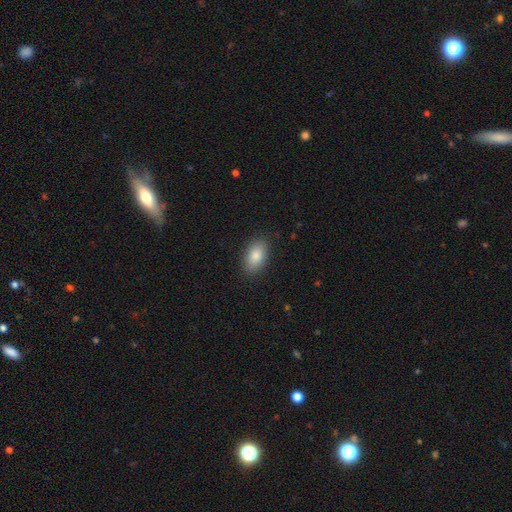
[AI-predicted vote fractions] smooth-or-featured: smooth: 85% | featured or disk: 8% | star or artifact: 7%
  how-rounded: in between: 92% | round: 6% | cigar-shaped: 2%
  merging: none: 87% | minor disturbance: 10% | major disturbance: 2% | merger: 1%